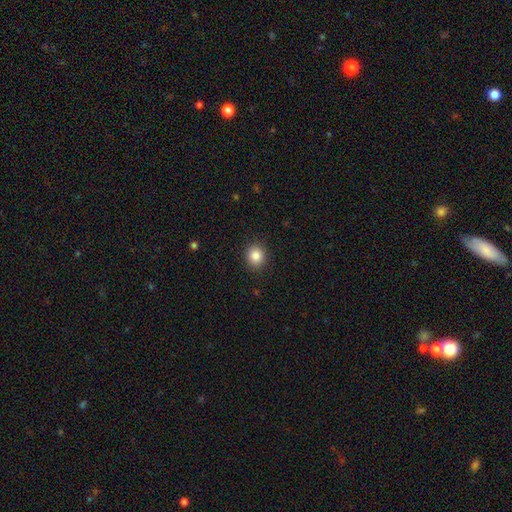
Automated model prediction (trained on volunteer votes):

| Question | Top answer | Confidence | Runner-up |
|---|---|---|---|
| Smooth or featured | smooth | 85% | star or artifact (10%) |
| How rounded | round | 82% | in between (17%) |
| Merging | none | 91% | minor disturbance (6%) |